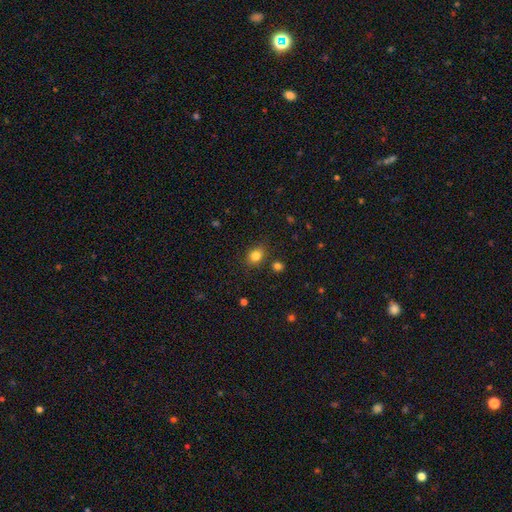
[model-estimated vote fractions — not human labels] Smooth or featured? Predicted: smooth (p=0.82). How rounded? Predicted: in between (p=0.50). Merging? Predicted: none (p=0.80).